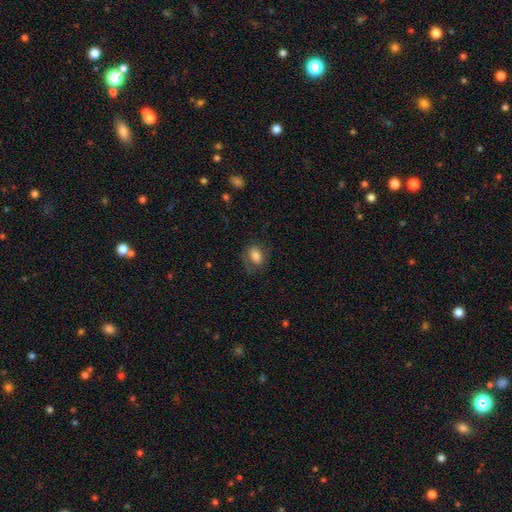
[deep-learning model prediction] This is likely a smooth galaxy (74%). How rounded: likely in between (75%). Merging: likely none (66%).